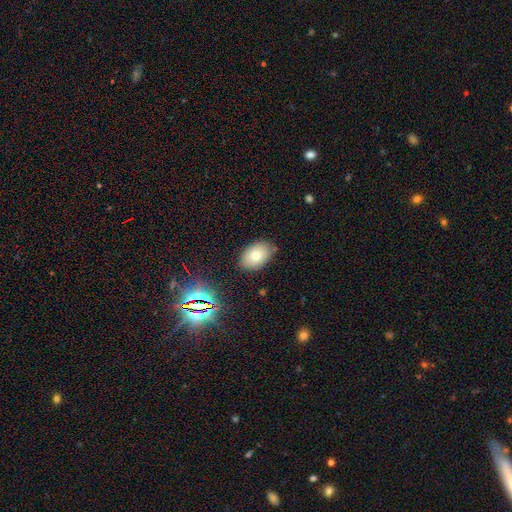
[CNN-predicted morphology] Smooth or featured?
  - smooth: 73% *
  - featured or disk: 14%
  - star or artifact: 13%
How rounded?
  - in between: 84% *
  - round: 14%
  - cigar-shaped: 1%
Merging?
  - none: 83% *
  - minor disturbance: 13%
  - major disturbance: 3%
  - merger: 2%